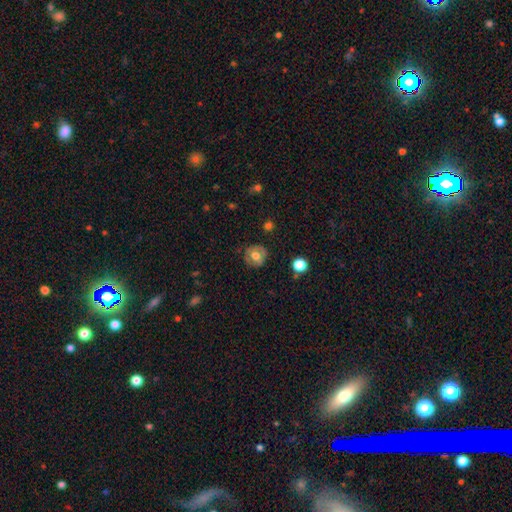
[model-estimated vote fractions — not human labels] This appears to be a smooth galaxy with no disk features (61%) that is round (87%). Merging: none (80%).